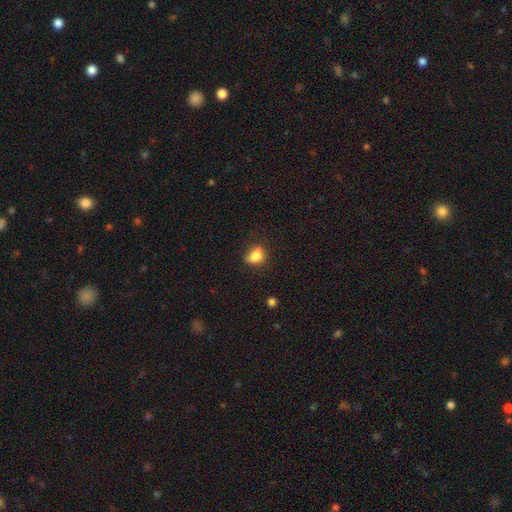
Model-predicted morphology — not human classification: A smooth galaxy with no disk features (81%) that is in between round and cigar-shaped (65%). Merging: none (52%).